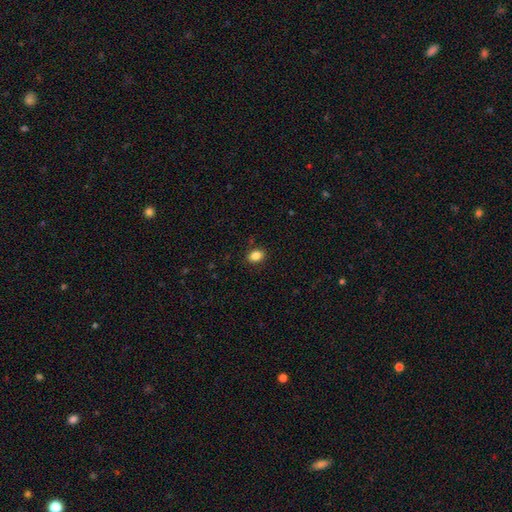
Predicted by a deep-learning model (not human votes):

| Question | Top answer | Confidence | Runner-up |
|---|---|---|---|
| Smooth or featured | smooth | 86% | star or artifact (10%) |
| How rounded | in between | 71% | round (28%) |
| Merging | none | 88% | minor disturbance (9%) |